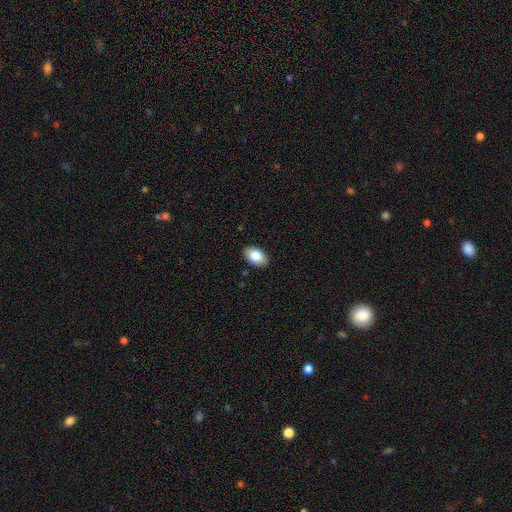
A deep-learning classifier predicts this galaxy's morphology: A smooth galaxy with no disk features (85%) that is in between round and cigar-shaped (93%).

Vote fractions:
- Smooth or featured? smooth: 85% / featured or disk: 9% / star or artifact: 7%
- How rounded? in between: 93% / round: 6% / cigar-shaped: 1%
- Merging? none: 89% / minor disturbance: 8% / major disturbance: 2% / merger: 1%